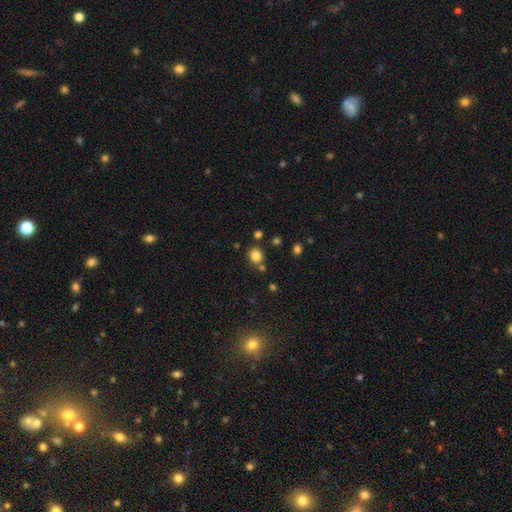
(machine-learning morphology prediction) Q: Smooth or featured?
A: smooth (82%); runner-up: star or artifact (13%)
Q: How rounded?
A: round (76%); runner-up: in between (23%)
Q: Merging?
A: none (73%); runner-up: merger (13%)